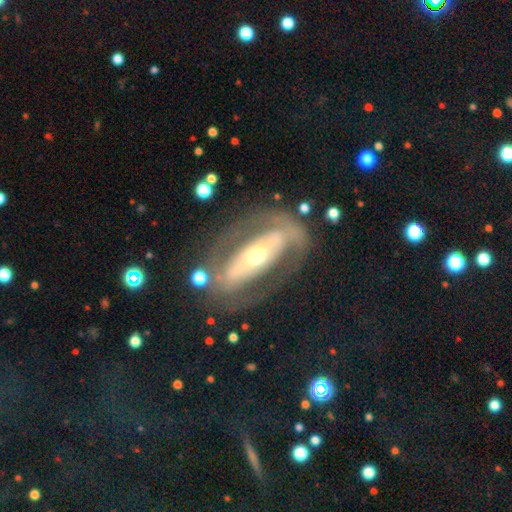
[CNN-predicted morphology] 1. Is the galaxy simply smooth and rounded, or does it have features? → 76% featured or disk, 18% smooth, 6% star or artifact.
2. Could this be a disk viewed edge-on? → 84% no, 16% yes.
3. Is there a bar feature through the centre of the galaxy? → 41% strong (tied), 41% no (tied), 18% weak.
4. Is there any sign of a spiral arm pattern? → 53% no, 47% yes.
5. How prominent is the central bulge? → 57% moderate, 31% small, 9% large, 2% dominant, 1% none.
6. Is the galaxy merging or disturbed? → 68% none, 15% major disturbance, 14% minor disturbance, 3% merger.